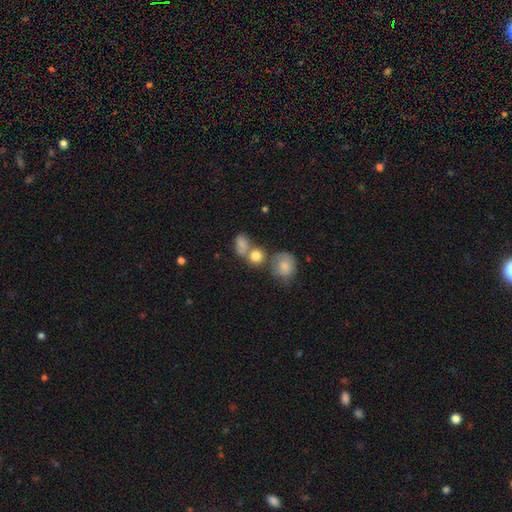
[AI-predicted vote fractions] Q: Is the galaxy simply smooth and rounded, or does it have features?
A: smooth — 79%.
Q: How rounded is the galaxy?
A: round — 67%.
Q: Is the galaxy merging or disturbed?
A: merger — 42%, tied with none.